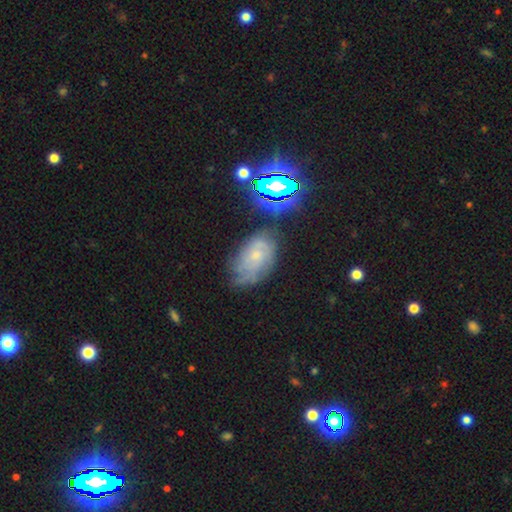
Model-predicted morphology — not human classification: Smooth or featured? featured or disk (48%)
Merging? none (55%)